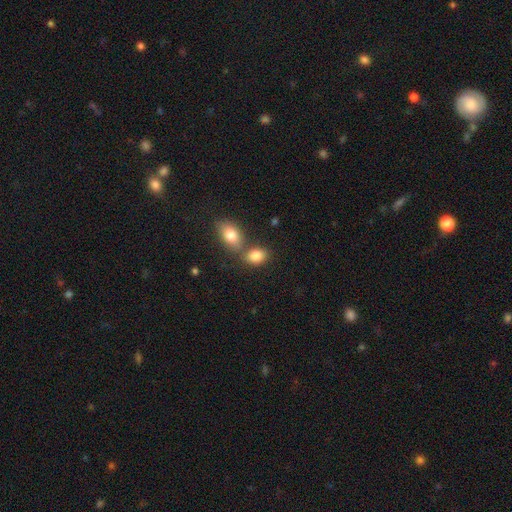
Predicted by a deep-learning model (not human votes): smooth 84%, star or artifact 9%, featured or disk 7%. Down the decision tree: how rounded — in between (78%); merging — none (52%).